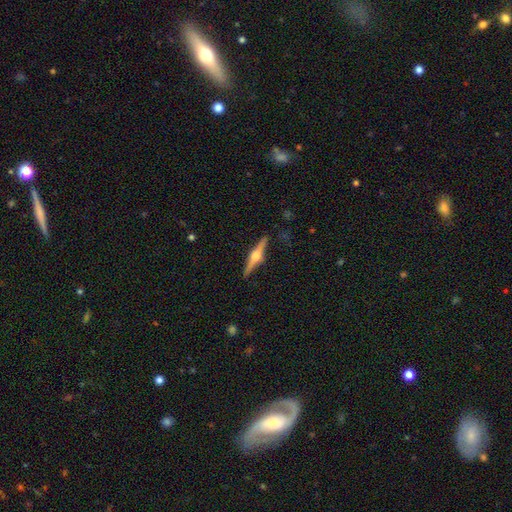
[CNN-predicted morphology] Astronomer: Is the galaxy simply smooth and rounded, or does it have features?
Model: featured or disk — 80%.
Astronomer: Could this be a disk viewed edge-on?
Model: yes — 98%.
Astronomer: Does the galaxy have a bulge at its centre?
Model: rounded — 95%.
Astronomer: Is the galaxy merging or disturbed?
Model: none — 89%.